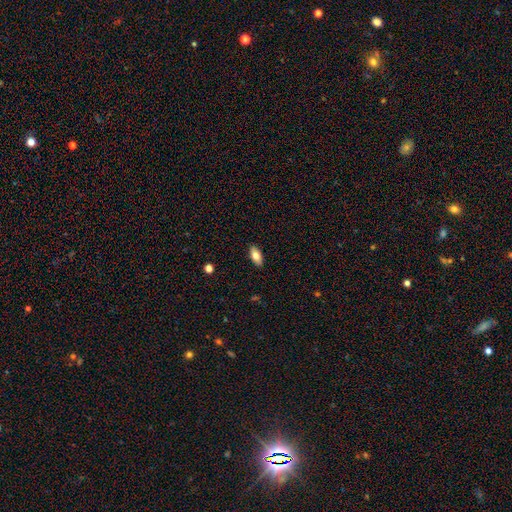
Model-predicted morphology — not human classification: The model was most divided on "smooth or featured": smooth: 77%, featured or disk: 16%, star or artifact: 7%. More confident: how rounded — in between (90%); merging — none (89%).